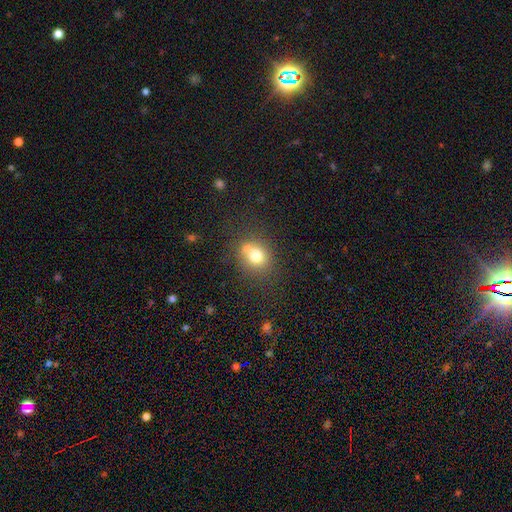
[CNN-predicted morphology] A smooth galaxy with no disk features (74%) that is round (74%). Merging: none (56%).